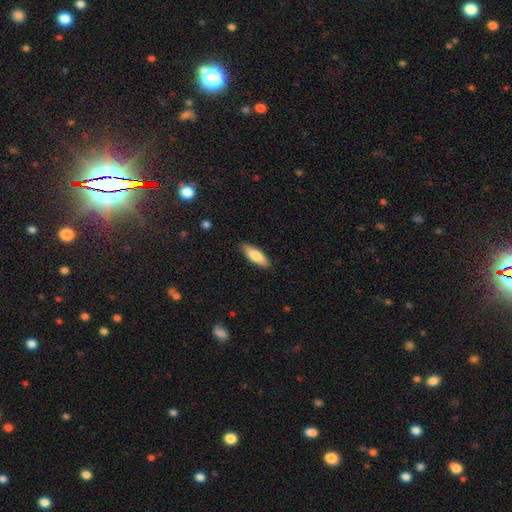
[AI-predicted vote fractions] Smooth or featured? smooth (82%)
How rounded? in between (59%)
Merging? none (85%)